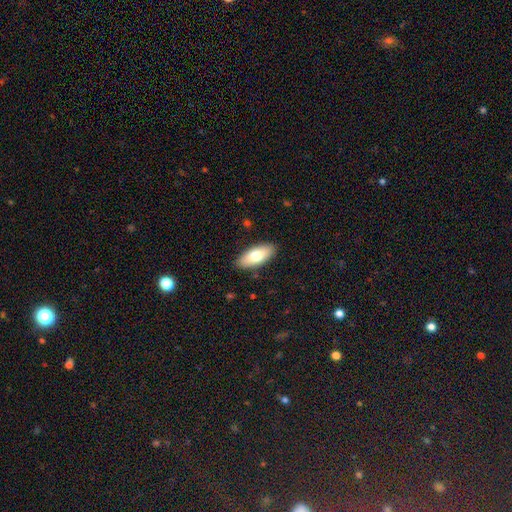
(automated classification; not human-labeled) This appears to be a smooth galaxy with no disk features (72%) that is in between round and cigar-shaped (81%). Merging: none (89%).